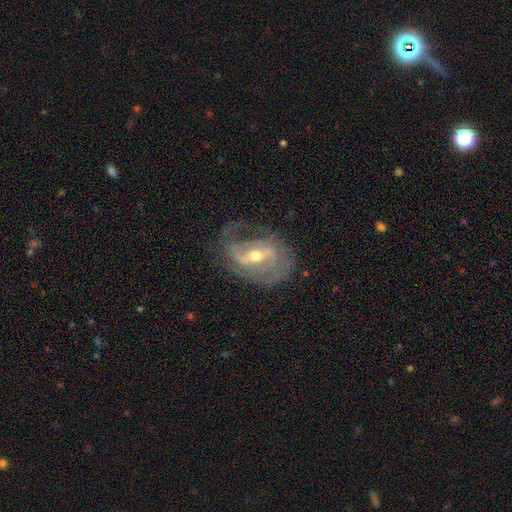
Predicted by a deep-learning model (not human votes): Smooth or featured: featured or disk — 88% (smooth — 7%)
Edge-on disk: no — 96% (yes — 4%)
Bar: strong — 48% (weak — 38%)
Spiral arms: yes — 92% (no — 8%)
Spiral winding: medium — 45% (tight — 34%)
Spiral arm count: 2 — 69% (can't tell — 13%)
Bulge size: moderate — 59% (small — 37%)
Merging: none — 64% (minor disturbance — 21%)